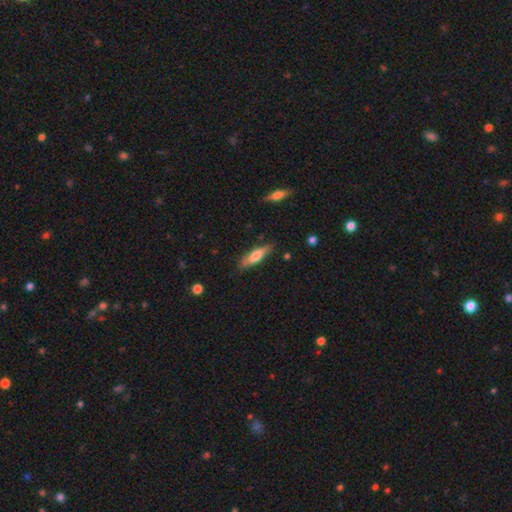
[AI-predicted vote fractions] This is likely a smooth galaxy (63%). How rounded: possibly cigar-shaped (59%). Merging: likely none (80%).